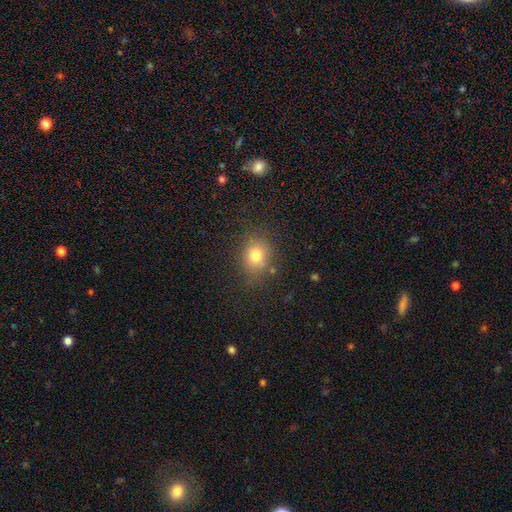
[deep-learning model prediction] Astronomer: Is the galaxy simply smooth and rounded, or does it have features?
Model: smooth — 76%.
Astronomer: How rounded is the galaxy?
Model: round — 67%.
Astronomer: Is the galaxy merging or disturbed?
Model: none — 79%.